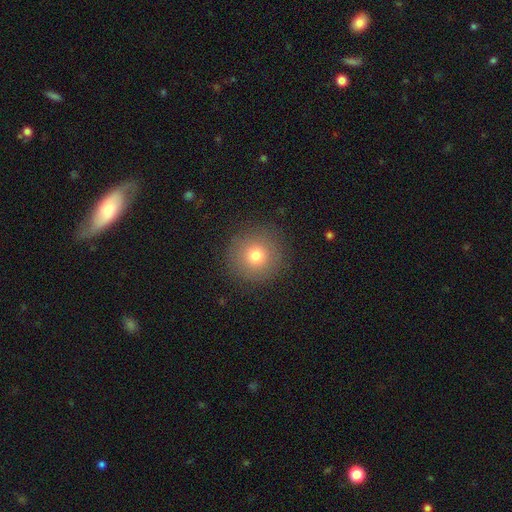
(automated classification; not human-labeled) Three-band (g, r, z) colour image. It shows a smooth galaxy with no disk features (76%) that is round (95%). Merging: none (90%).